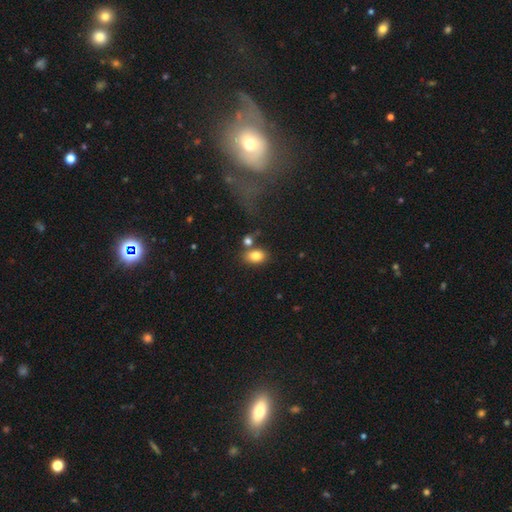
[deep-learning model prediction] smooth 81%, featured or disk 9%, star or artifact 9%. Down the decision tree: how rounded — in between (81%); merging — none (65%).